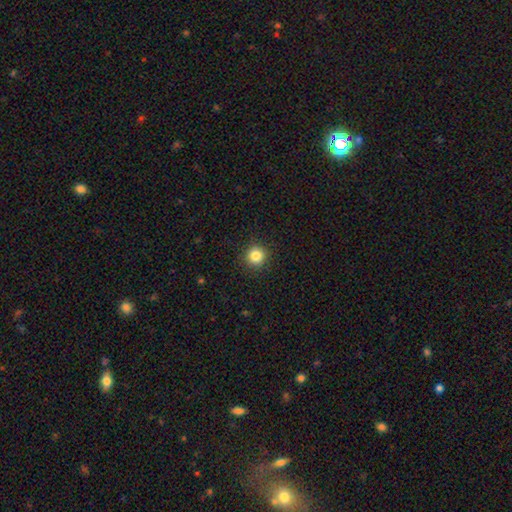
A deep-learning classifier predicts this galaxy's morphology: A smooth galaxy with no disk features (84%) that is round (94%). Merging: none (92%).